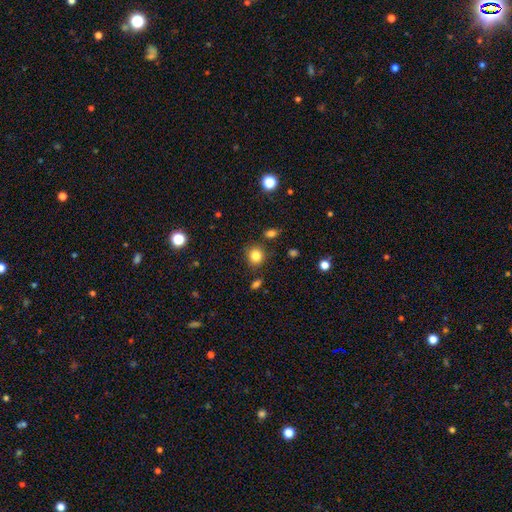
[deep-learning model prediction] Smooth or featured?
  - smooth: 83% *
  - star or artifact: 11%
  - featured or disk: 6%
How rounded?
  - round: 81% *
  - in between: 18%
  - cigar-shaped: 1%
Merging?
  - none: 82% *
  - minor disturbance: 10%
  - merger: 5%
  - major disturbance: 3%